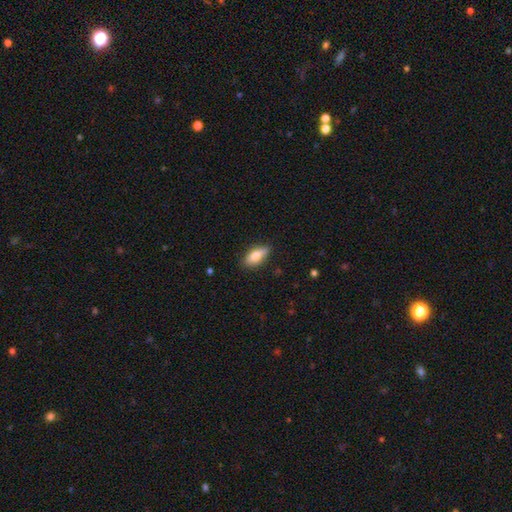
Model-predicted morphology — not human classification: A smooth galaxy with no disk features (75%) that is in between round and cigar-shaped (82%).

Vote fractions:
- Smooth or featured? smooth: 75% / featured or disk: 18% / star or artifact: 7%
- How rounded? in between: 82% / cigar-shaped: 14% / round: 4%
- Merging? none: 78% / minor disturbance: 18% / major disturbance: 3% / merger: 1%